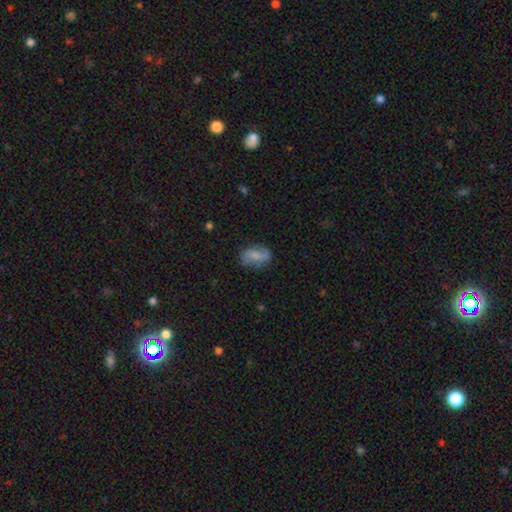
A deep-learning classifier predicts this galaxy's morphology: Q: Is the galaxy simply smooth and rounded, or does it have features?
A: smooth — 58%.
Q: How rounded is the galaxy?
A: in between — 88%.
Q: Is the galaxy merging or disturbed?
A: none — 70%.